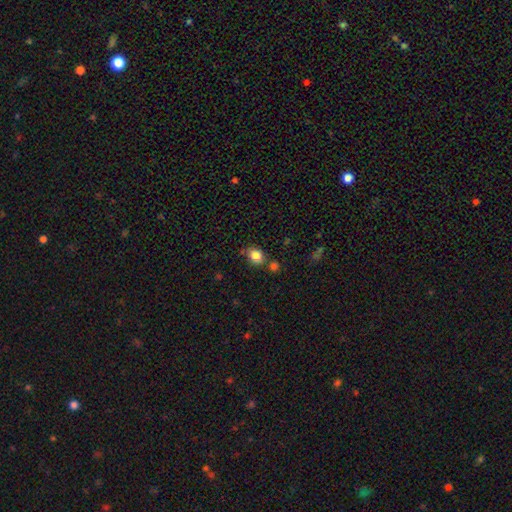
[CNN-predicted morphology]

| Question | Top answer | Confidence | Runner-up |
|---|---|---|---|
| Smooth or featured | smooth | 84% | star or artifact (10%) |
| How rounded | round | 53% | in between (46%) |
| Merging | none | 69% | minor disturbance (15%) |